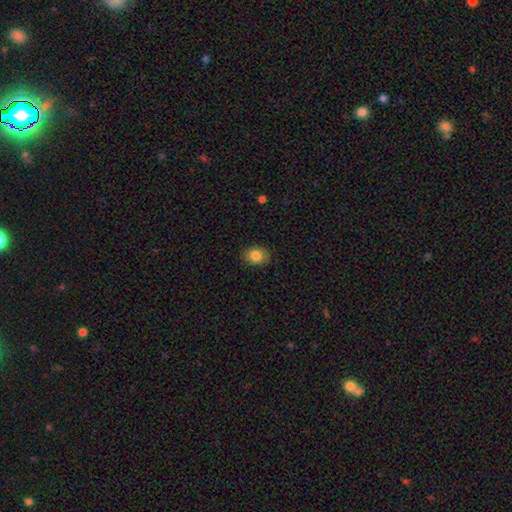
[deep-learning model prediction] Overall: smooth (84%). How rounded: in between (57%; round 43%). Merging: none (86%).